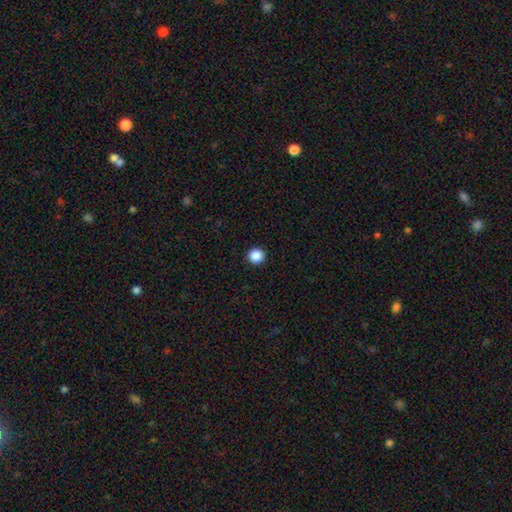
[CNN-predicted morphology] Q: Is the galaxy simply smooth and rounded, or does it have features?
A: smooth — 87%.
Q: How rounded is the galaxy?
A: round — 95%.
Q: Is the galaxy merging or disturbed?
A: none — 94%.